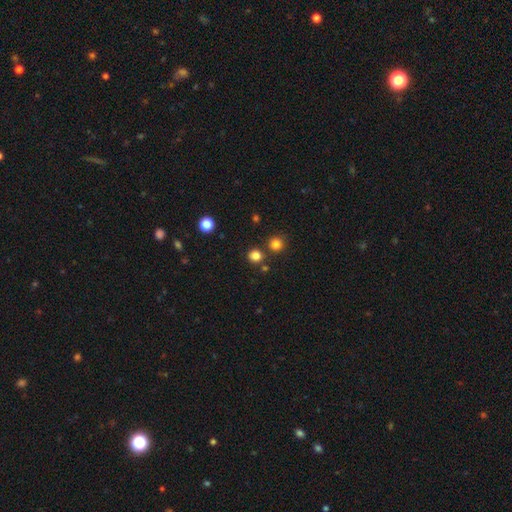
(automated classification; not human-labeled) This is clearly a smooth galaxy (80%). How rounded: clearly round (91%). Merging: clearly none (82%).